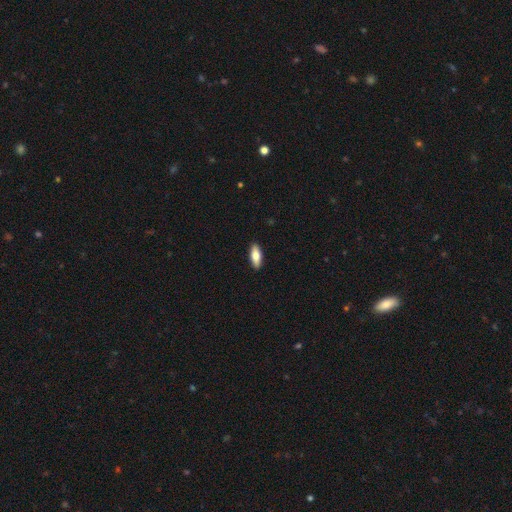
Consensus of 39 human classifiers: Smooth or featured? 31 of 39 (79%) said smooth. How rounded? 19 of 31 (61%) said cigar-shaped. Merging? 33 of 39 (85%) said none.